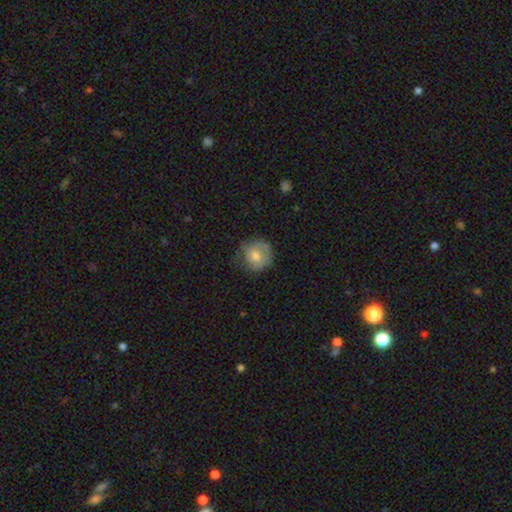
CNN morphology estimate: This is likely a smooth galaxy (66%). How rounded: clearly round (83%). Merging: likely none (61%).